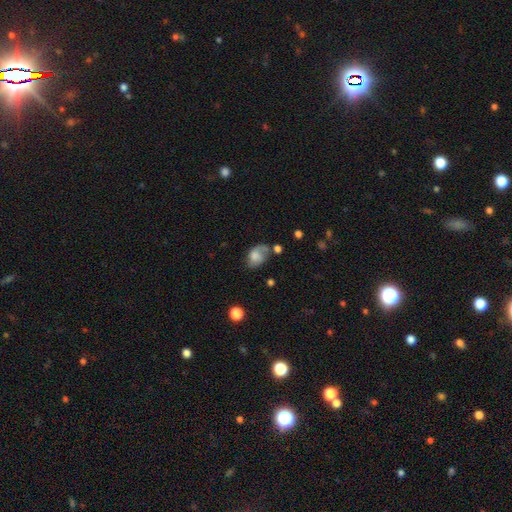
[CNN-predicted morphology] Overall: smooth (61%; featured or disk 29%). How rounded: in between (81%). Merging: none (42%; minor disturbance 30%).